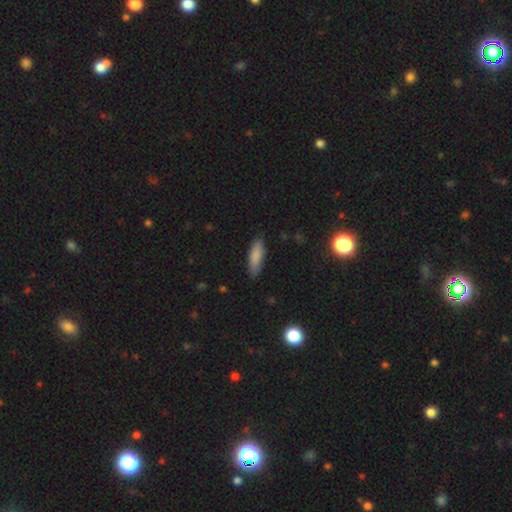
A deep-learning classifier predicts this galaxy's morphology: smooth-or-featured: smooth: 85% | featured or disk: 8% | star or artifact: 6%
  how-rounded: in between: 50% | cigar-shaped: 48% | round: 2%
  merging: none: 83% | minor disturbance: 14% | major disturbance: 2% | merger: 1%